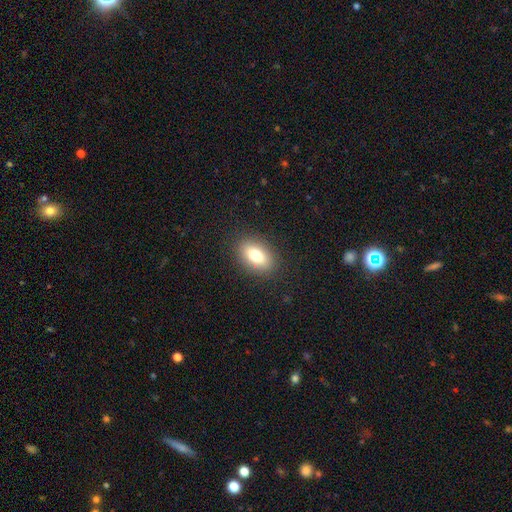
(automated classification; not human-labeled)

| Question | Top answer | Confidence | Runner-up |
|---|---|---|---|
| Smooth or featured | smooth | 78% | featured or disk (14%) |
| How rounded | in between | 86% | round (12%) |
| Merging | none | 88% | minor disturbance (8%) |